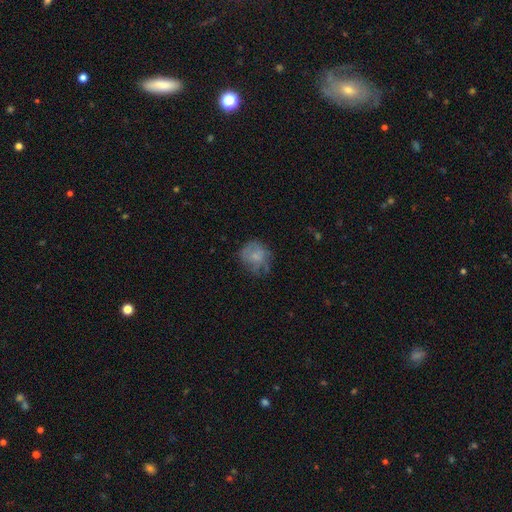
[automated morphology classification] The model was most divided on "merging": none: 55%, minor disturbance: 26%, major disturbance: 17%, merger: 2%. More confident: how rounded — round (76%); smooth or featured — smooth (62%).